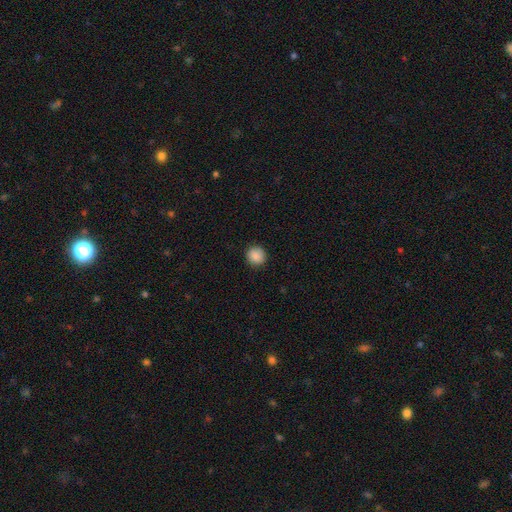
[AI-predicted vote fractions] The model was most divided on "smooth or featured": smooth: 88%, star or artifact: 9%, featured or disk: 3%. More confident: merging — none (91%); how rounded — round (90%).